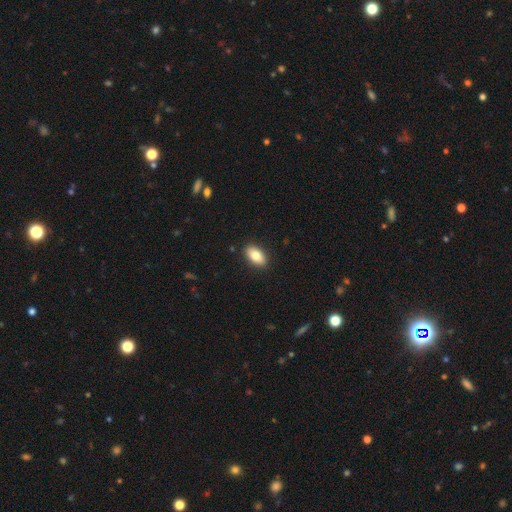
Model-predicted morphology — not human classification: Overall: smooth (83%). How rounded: in between (92%). Merging: none (90%).